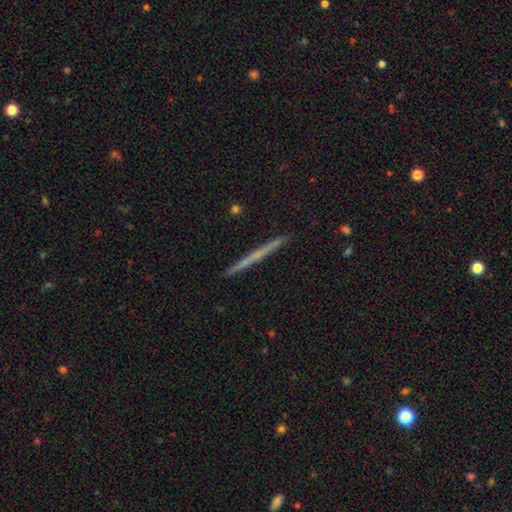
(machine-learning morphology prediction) smooth_or_featured: featured or disk (p=0.56) [alt: smooth p=0.38]
disk_edge_on: yes (p=0.98) [alt: no p=0.02]
edge_on_bulge: none (p=0.83) [alt: rounded p=0.14]
merging: none (p=0.92) [alt: minor disturbance p=0.05]